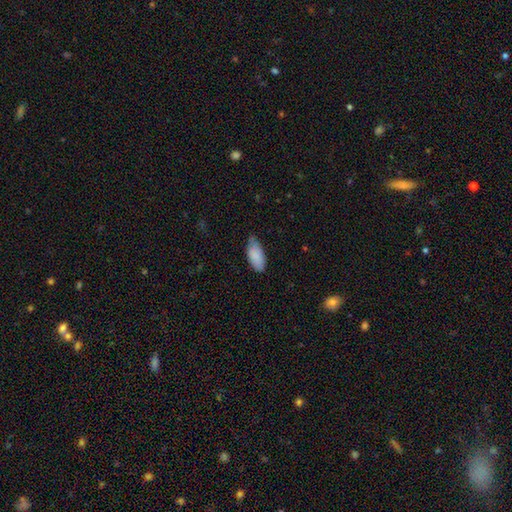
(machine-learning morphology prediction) type=smooth (88%); roundness=in between (91%); merging=none (60%).